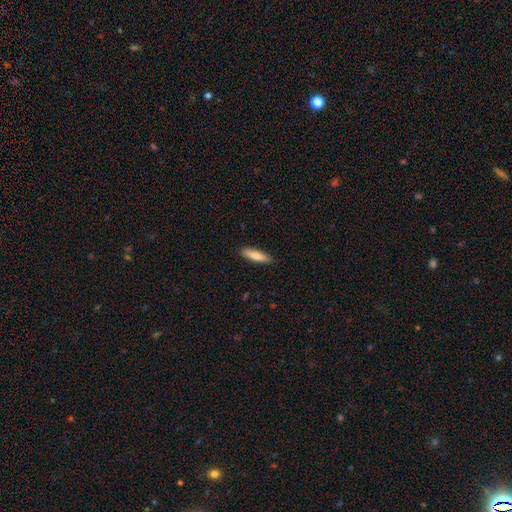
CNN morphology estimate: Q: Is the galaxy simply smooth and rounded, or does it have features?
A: smooth — 76%.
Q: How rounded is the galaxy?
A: cigar-shaped — 70%.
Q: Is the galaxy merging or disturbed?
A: none — 90%.